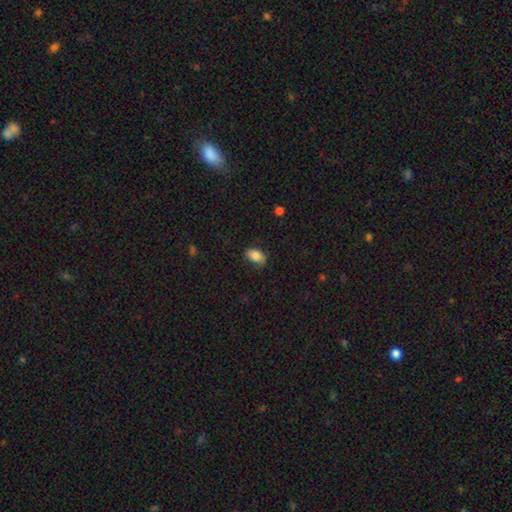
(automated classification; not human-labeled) This appears to be a smooth galaxy with no disk features (82%) that is in between round and cigar-shaped (91%). Merging: none (73%).